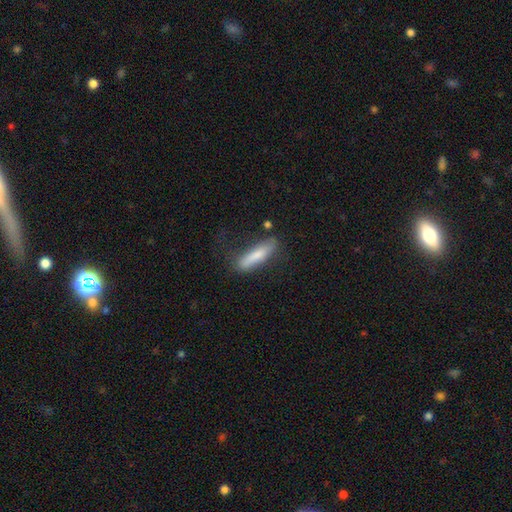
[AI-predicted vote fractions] Smooth or featured: smooth — 74% (featured or disk — 20%)
How rounded: cigar-shaped — 75% (in between — 24%)
Merging: none — 62% (minor disturbance — 23%)